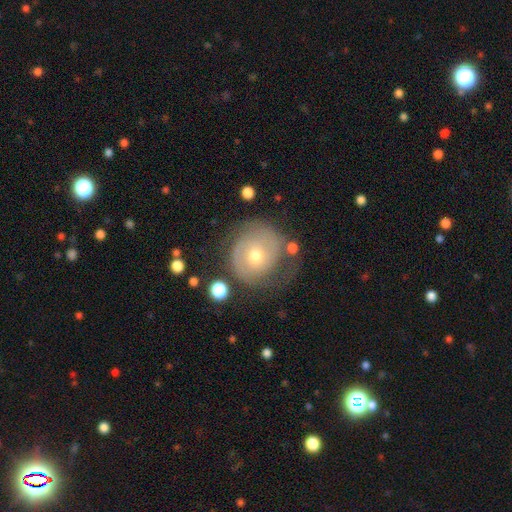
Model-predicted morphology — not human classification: Smooth or featured? featured or disk (61%)
Edge-on disk? no (97%)
Bar? no (73%)
Spiral arms? yes (76%)
Bulge size? moderate (59%)
Merging? none (59%)